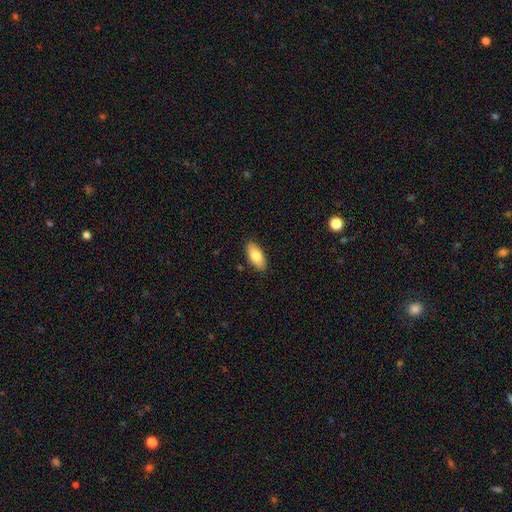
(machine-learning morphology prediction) This appears to be a smooth galaxy with no disk features (80%) that is in between round and cigar-shaped (88%). Merging: none (88%).